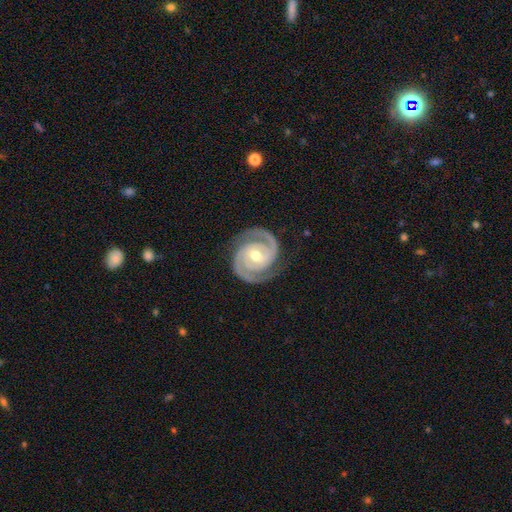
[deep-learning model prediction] Smooth or featured?
  - featured or disk: 94% *
  - star or artifact: 4%
  - smooth: 3%
Edge-on disk?
  - no: 98% *
  - yes: 2%
Bar?
  - no: 43% *
  - weak: 36%
  - strong: 21%
Spiral arms?
  - yes: 99% *
  - no: 1%
Spiral winding?
  - tight: 72% *
  - medium: 25%
  - loose: 3%
Spiral arm count?
  - 2: 93% *
  - 3: 2%
  - can't tell: 1%
  - 1: 1%
  - 4: 1%
  - more than 4: 1%
Bulge size?
  - moderate: 69% *
  - small: 27%
  - large: 2%
  - none: 1%
  - dominant: 1%
Merging?
  - none: 86% *
  - minor disturbance: 10%
  - major disturbance: 3%
  - merger: 1%